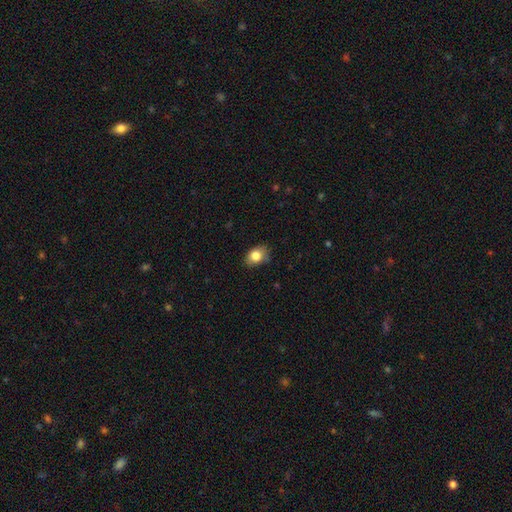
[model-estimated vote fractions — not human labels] Smooth or featured? Predicted: smooth (p=0.82). How rounded? Predicted: in between (p=0.64). Merging? Predicted: none (p=0.74).